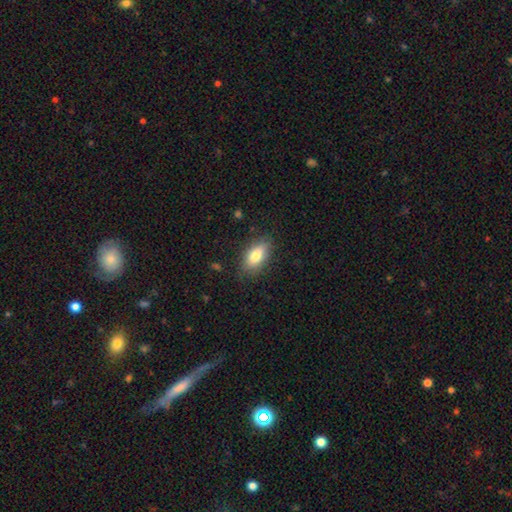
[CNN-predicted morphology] Q: Smooth or featured?
A: smooth (79%); runner-up: featured or disk (14%)
Q: How rounded?
A: in between (86%); runner-up: cigar-shaped (10%)
Q: Merging?
A: none (82%); runner-up: minor disturbance (14%)